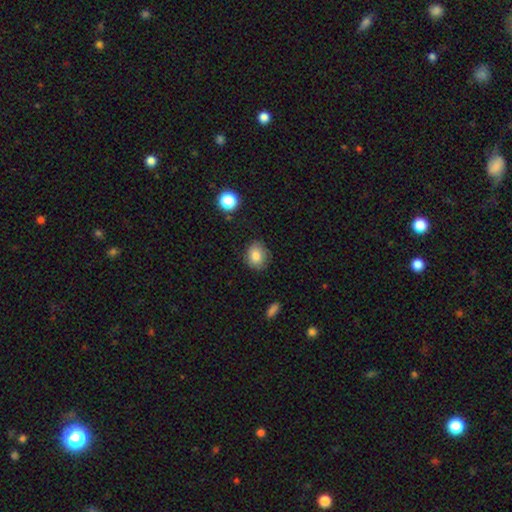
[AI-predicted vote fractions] Q: Smooth or featured?
A: smooth (83%); runner-up: star or artifact (9%)
Q: How rounded?
A: round (60%); runner-up: in between (39%)
Q: Merging?
A: none (78%); runner-up: minor disturbance (17%)